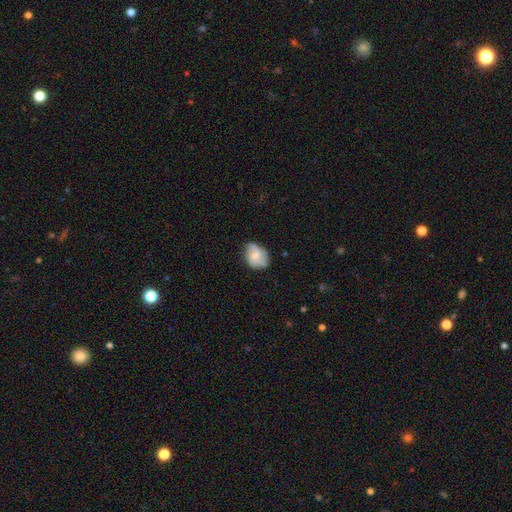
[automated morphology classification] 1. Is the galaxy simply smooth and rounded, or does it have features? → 51% smooth, 42% featured or disk, 8% star or artifact.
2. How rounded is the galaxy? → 61% in between, 38% round, 1% cigar-shaped.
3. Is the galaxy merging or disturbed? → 56% none, 31% minor disturbance, 11% major disturbance, 2% merger.